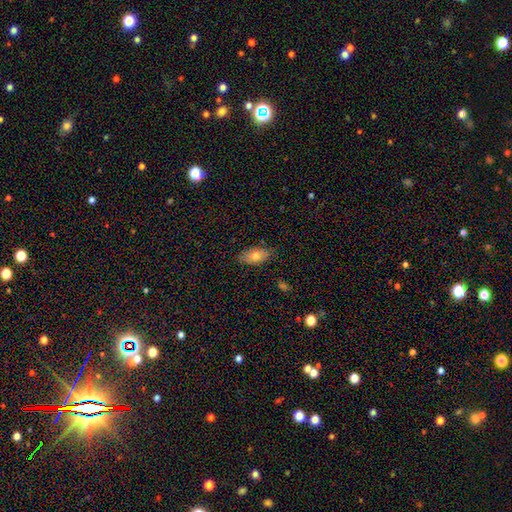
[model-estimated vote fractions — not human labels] Q: Smooth or featured?
A: smooth (73%); runner-up: featured or disk (19%)
Q: How rounded?
A: in between (91%); runner-up: cigar-shaped (5%)
Q: Merging?
A: none (82%); runner-up: minor disturbance (14%)